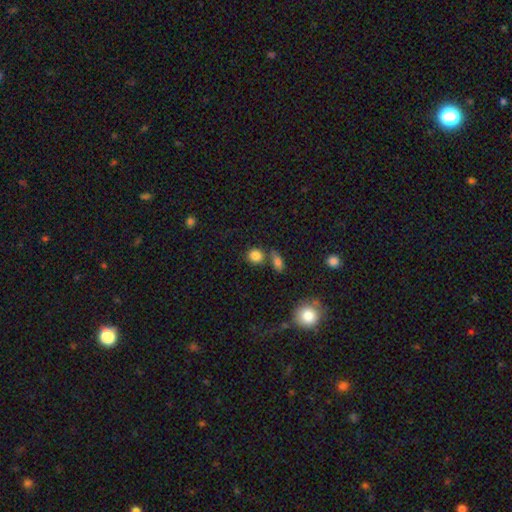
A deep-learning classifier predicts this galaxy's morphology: Smooth or featured? smooth (84%)
How rounded? round (76%)
Merging? none (62%)